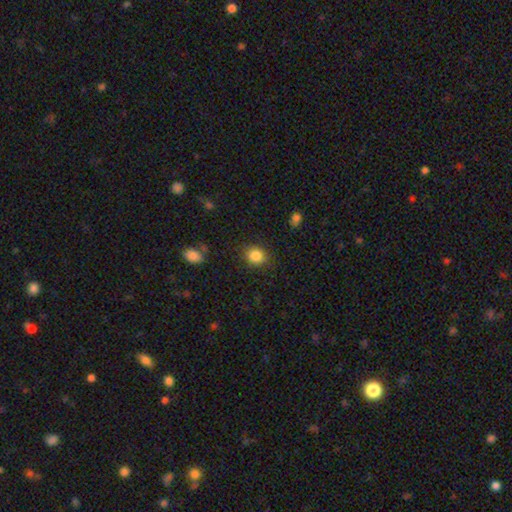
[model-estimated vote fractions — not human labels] Overall: smooth (85%). How rounded: round (69%; in between 30%). Merging: none (85%).